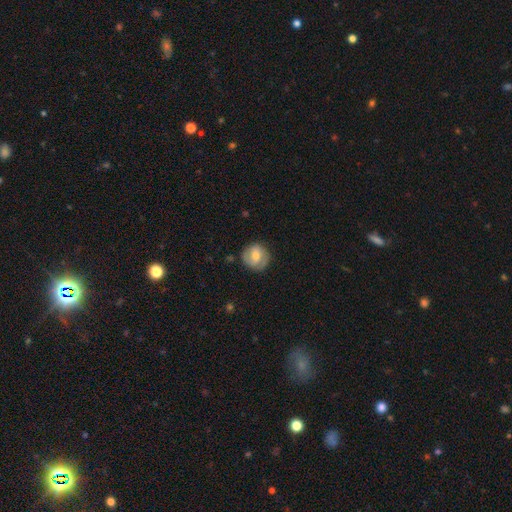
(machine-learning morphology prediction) A featured or disk galaxy (50%).

Vote fractions:
- Smooth or featured? featured or disk: 50% / smooth: 43% / star or artifact: 7%
- Edge-on disk? no: 97% / yes: 3%
- Merging? none: 75% / minor disturbance: 18% / major disturbance: 6% / merger: 1%